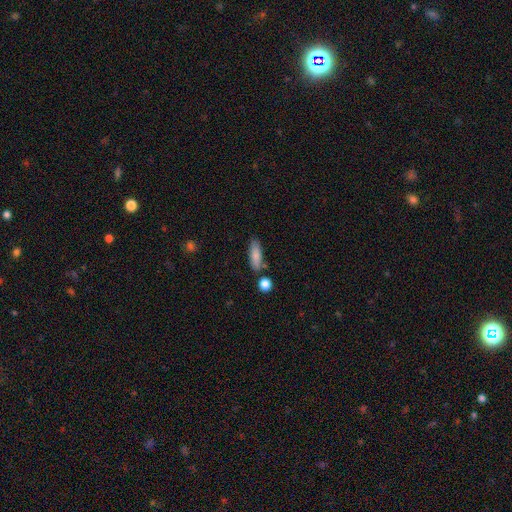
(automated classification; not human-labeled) smooth_or_featured: smooth (p=0.82) [alt: featured or disk p=0.11]
how_rounded: in between (p=0.57) [alt: cigar-shaped p=0.40]
merging: none (p=0.75) [alt: minor disturbance p=0.14]